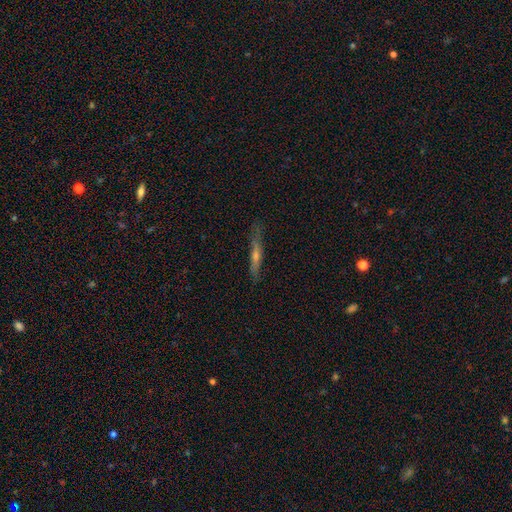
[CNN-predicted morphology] Overall: featured or disk (62%; smooth 30%). Edge-on disk: yes (94%). Edge-on bulge: rounded (70%). Merging: none (83%).